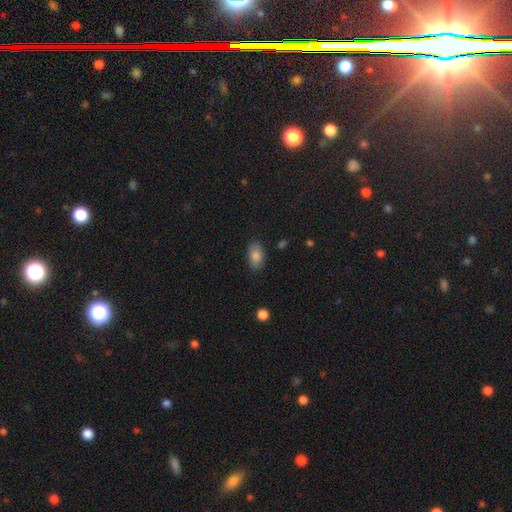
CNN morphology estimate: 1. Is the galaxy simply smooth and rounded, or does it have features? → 85% smooth, 8% star or artifact, 7% featured or disk.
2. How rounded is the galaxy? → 91% in between, 8% round, 2% cigar-shaped.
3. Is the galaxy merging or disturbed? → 84% none, 12% minor disturbance, 3% major disturbance, 1% merger.